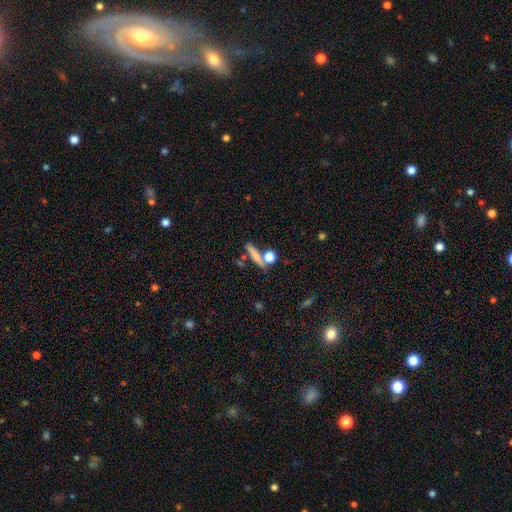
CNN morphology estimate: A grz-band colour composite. It shows a smooth galaxy with no disk features (69%) that is cigar-shaped (72%). Merging: none (67%).